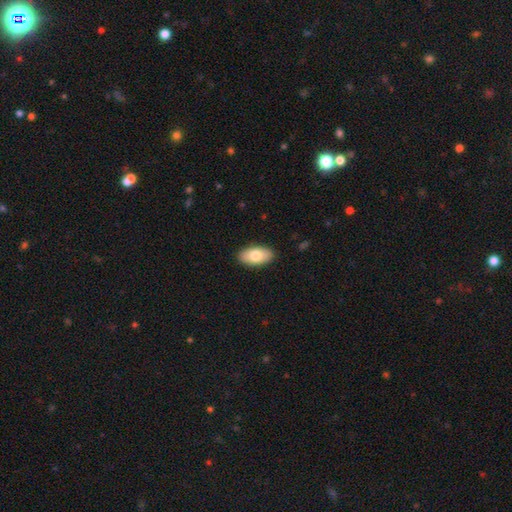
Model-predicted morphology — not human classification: Q: Smooth or featured?
A: smooth (77%); runner-up: featured or disk (17%)
Q: How rounded?
A: in between (94%); runner-up: round (3%)
Q: Merging?
A: none (89%); runner-up: minor disturbance (9%)